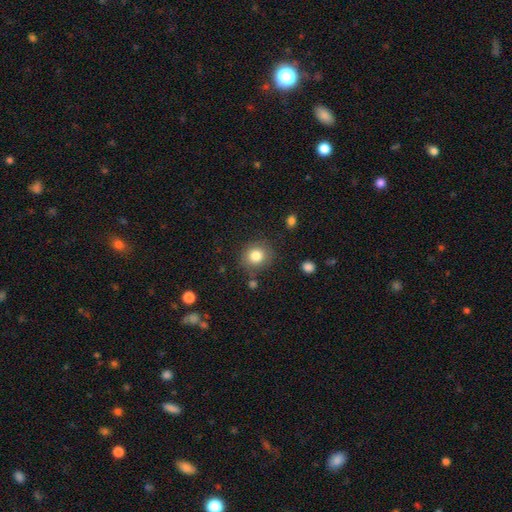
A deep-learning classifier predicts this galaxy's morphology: Smooth or featured? Predicted: smooth (p=0.81). How rounded? Predicted: round (p=0.84). Merging? Predicted: none (p=0.81).